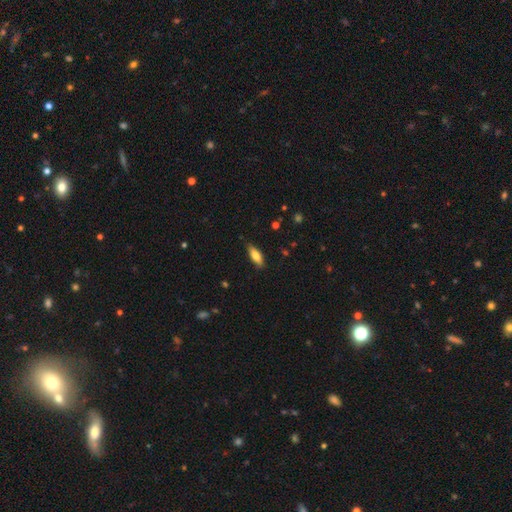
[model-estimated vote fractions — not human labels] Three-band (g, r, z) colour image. It shows a smooth galaxy with no disk features (77%) that is in between round and cigar-shaped (64%). Merging: none (83%).